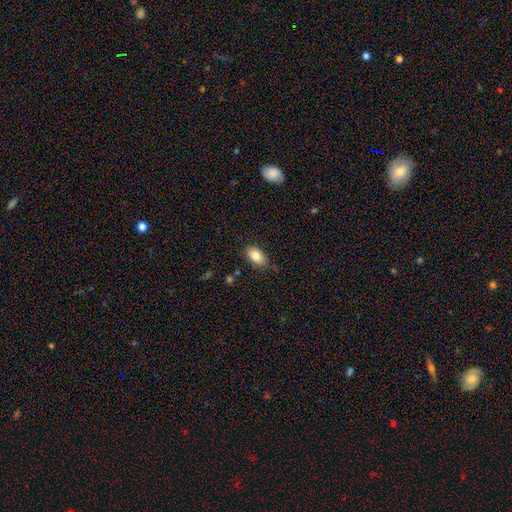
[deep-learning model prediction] Smooth or featured? Predicted: smooth (p=0.83). How rounded? Predicted: in between (p=0.90). Merging? Predicted: none (p=0.79).